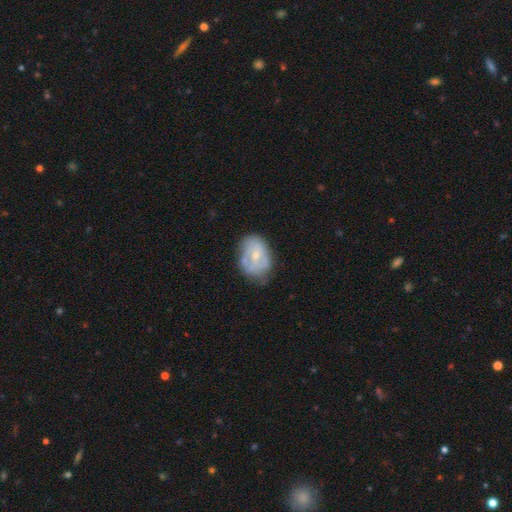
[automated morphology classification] Overall: featured or disk (53%; smooth 40%). Edge-on disk: no (97%). Bar: no (70%). Spiral arms: no (61%; yes 39%). Bulge size: small (52%; moderate 42%). Merging: none (50%; minor disturbance 33%).